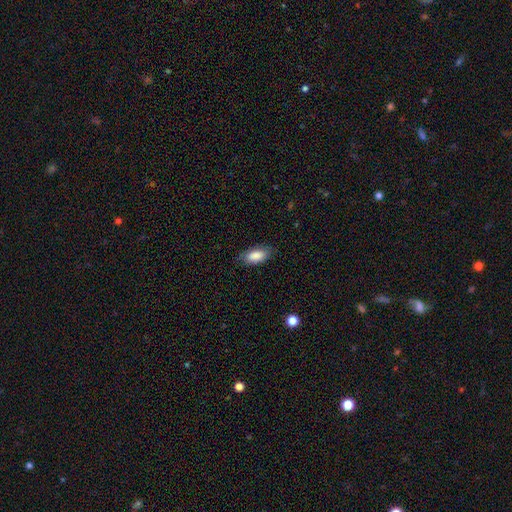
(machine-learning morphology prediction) Smooth or featured?
  - smooth: 86% *
  - featured or disk: 8%
  - star or artifact: 6%
How rounded?
  - in between: 89% *
  - cigar-shaped: 8%
  - round: 3%
Merging?
  - none: 79% *
  - minor disturbance: 16%
  - major disturbance: 4%
  - merger: 1%